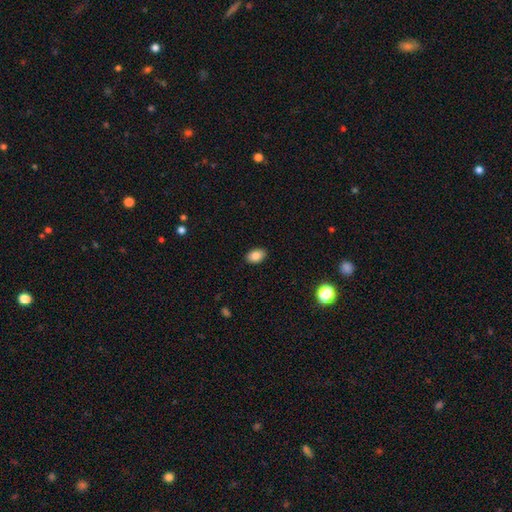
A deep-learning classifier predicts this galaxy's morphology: Smooth or featured? Predicted: smooth (p=0.86). How rounded? Predicted: in between (p=0.88). Merging? Predicted: none (p=0.90).